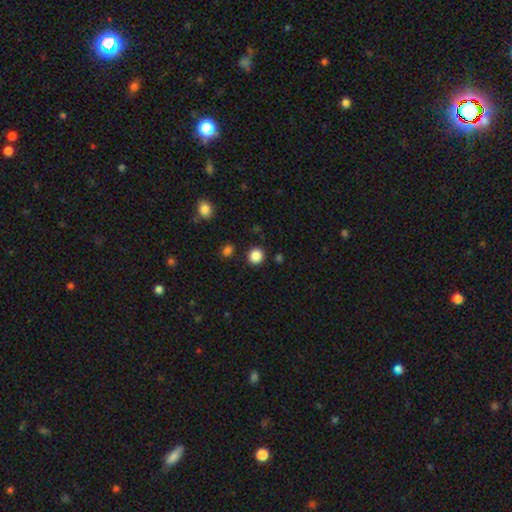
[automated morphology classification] type=smooth (86%); roundness=round (90%); merging=none (90%).